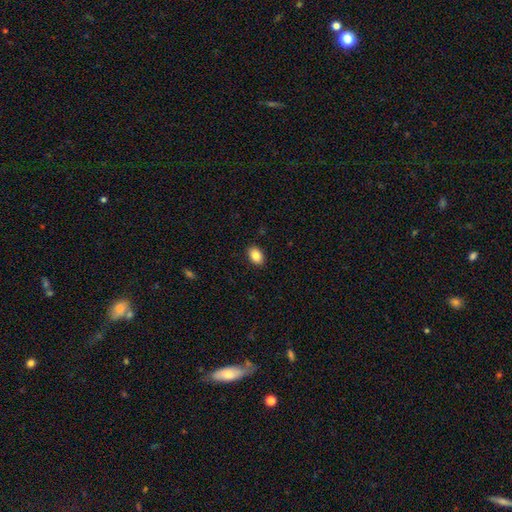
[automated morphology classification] Overall: smooth (86%). How rounded: in between (84%). Merging: none (89%).